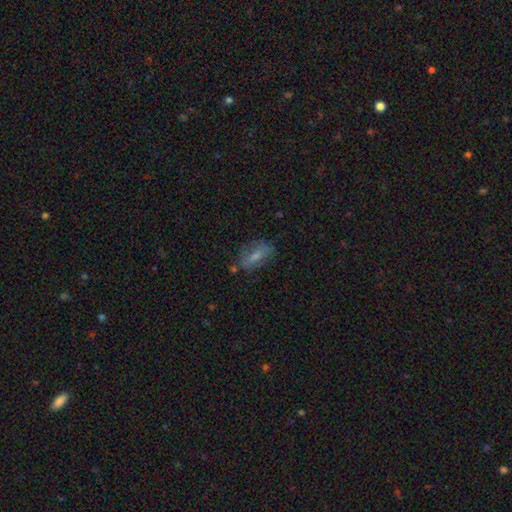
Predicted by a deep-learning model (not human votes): This is possibly a smooth galaxy (59%). How rounded: likely in between (78%). Merging: likely none (62%).